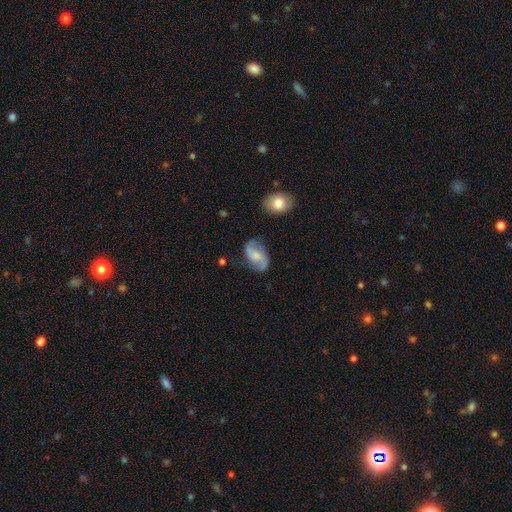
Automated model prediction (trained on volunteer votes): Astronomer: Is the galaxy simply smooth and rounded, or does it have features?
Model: featured or disk — 79%.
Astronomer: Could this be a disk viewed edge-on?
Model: no — 97%.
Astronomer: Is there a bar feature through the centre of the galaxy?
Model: no — 46% (runner-up: weak, 42%).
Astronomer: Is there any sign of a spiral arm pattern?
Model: yes — 95%.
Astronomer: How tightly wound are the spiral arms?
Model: loose — 62%.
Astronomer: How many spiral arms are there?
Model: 2 — 93%.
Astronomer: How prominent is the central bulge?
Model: small — 36% (runner-up: moderate, 33%).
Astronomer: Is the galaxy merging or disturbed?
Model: none — 75%.